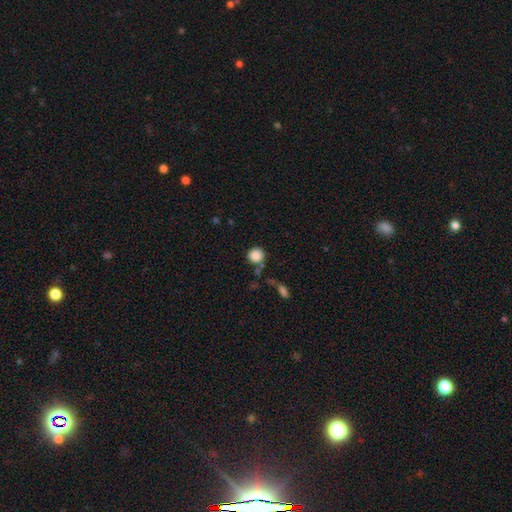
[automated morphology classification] type=smooth (87%); roundness=round (91%); merging=none (76%).